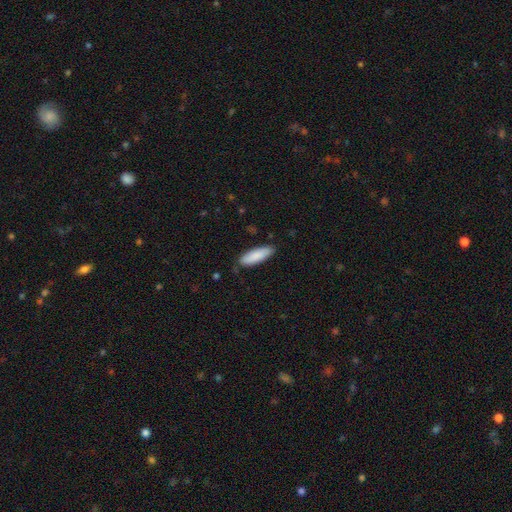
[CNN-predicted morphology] Smooth or featured? smooth (87%)
How rounded? in between (55%)
Merging? none (84%)